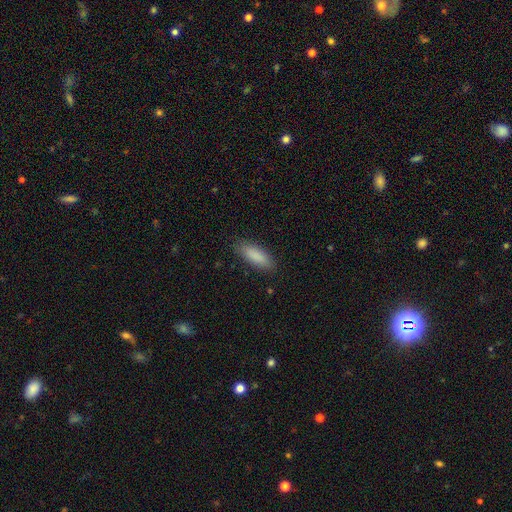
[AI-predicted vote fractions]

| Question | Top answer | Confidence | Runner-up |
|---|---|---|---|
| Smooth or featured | smooth | 87% | star or artifact (6%) |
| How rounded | in between | 58% | cigar-shaped (40%) |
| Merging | none | 87% | minor disturbance (10%) |